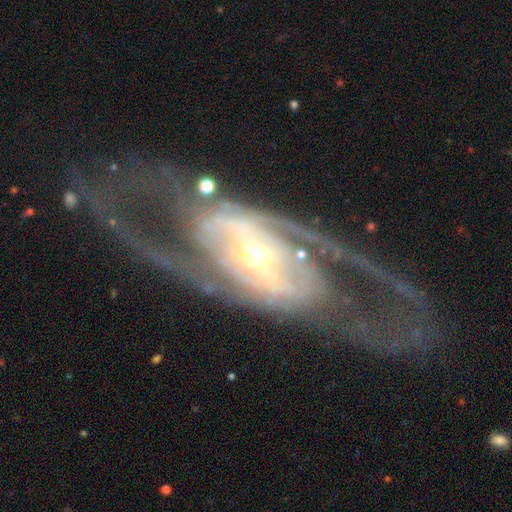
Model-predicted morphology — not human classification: Smooth or featured?
  - featured or disk: 88% *
  - smooth: 7%
  - star or artifact: 5%
Edge-on disk?
  - no: 89% *
  - yes: 11%
Bar?
  - strong: 37% *
  - weak: 32%
  - no: 31%
Spiral arms?
  - yes: 83% *
  - no: 17%
Spiral winding?
  - medium: 44% *
  - tight: 32%
  - loose: 24%
Spiral arm count?
  - 2: 77% *
  - can't tell: 12%
  - 3: 3%
  - 1: 3%
  - 4: 2%
  - more than 4: 2%
Bulge size?
  - moderate: 57% *
  - small: 29%
  - large: 12%
  - dominant: 2%
  - none: 1%
Merging?
  - none: 71% *
  - major disturbance: 15%
  - minor disturbance: 12%
  - merger: 2%